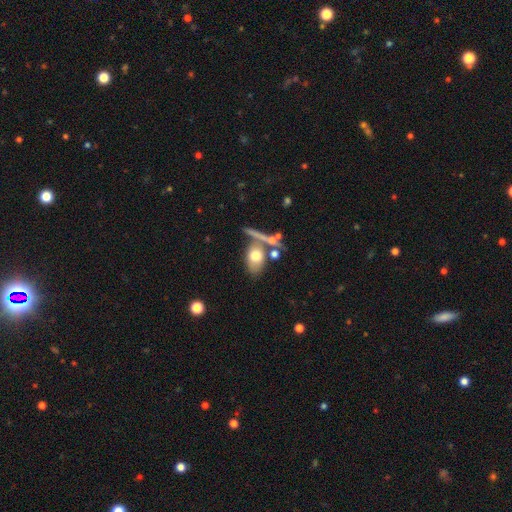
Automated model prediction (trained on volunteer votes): Smooth or featured? smooth (66%)
How rounded? in between (75%)
Merging? none (44%)